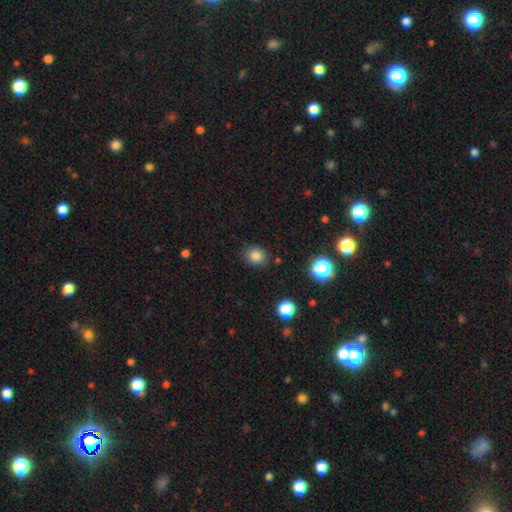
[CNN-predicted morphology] A smooth galaxy with no disk features (82%) that is round (65%).

Vote fractions:
- Smooth or featured? smooth: 82% / star or artifact: 13% / featured or disk: 5%
- How rounded? round: 65% / in between: 34% / cigar-shaped: 1%
- Merging? none: 84% / minor disturbance: 11% / major disturbance: 3% / merger: 2%